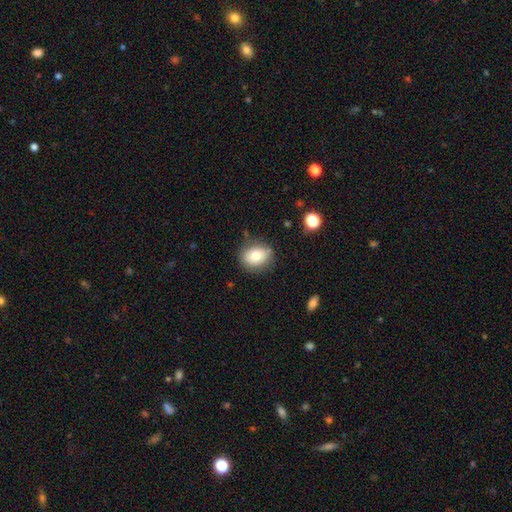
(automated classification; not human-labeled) Smooth or featured? Predicted: smooth (p=0.75). How rounded? Predicted: round (p=0.53). Merging? Predicted: none (p=0.79).